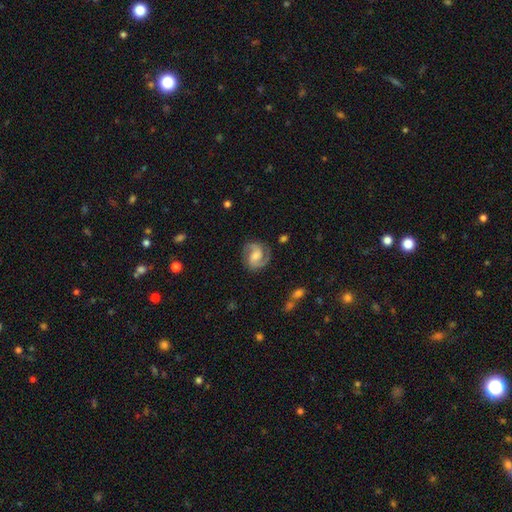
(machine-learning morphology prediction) A featured or disk galaxy (87%) with a weak bar (46%), 2 (92%) medium (55%) spiral arms (98%) and a moderate central bulge (45%).

Vote fractions:
- Smooth or featured? featured or disk: 87% / smooth: 8% / star or artifact: 5%
- Edge-on disk? no: 98% / yes: 2%
- Bar? weak: 46% / no: 41% / strong: 13%
- Spiral arms? yes: 98% / no: 2%
- Spiral winding? medium: 55% / tight: 30% / loose: 15%
- Spiral arm count? 2: 92% / can't tell: 3% / 1: 2% / 3: 2% / 4: 1% / more than 4: 1%
- Bulge size? moderate: 45% / small: 38% / none: 10% / large: 6% / dominant: 1%
- Merging? none: 80% / minor disturbance: 13% / major disturbance: 5% / merger: 1%